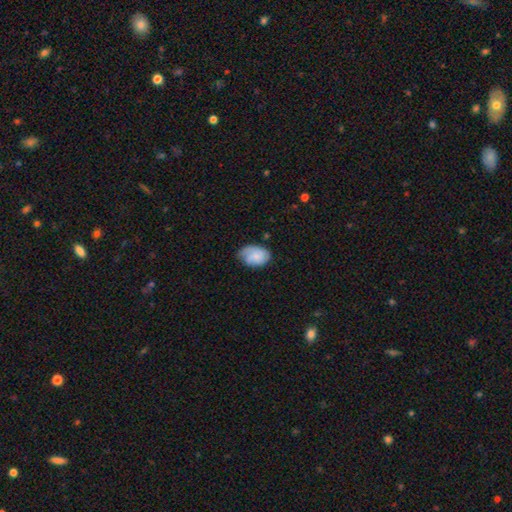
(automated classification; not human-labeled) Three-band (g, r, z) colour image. It shows a smooth galaxy with no disk features (65%) that is in between round and cigar-shaped (82%). Merging: none (61%).